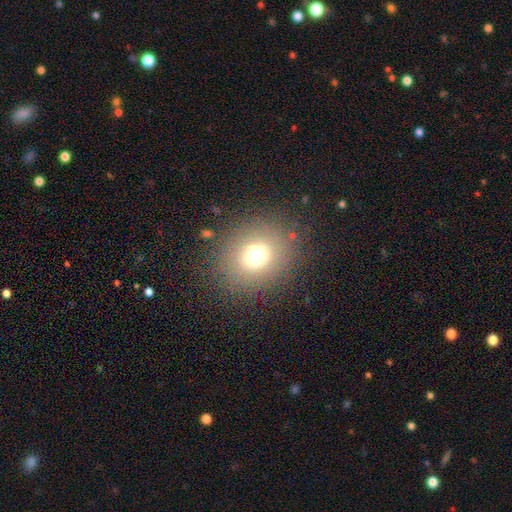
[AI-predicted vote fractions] Q: Smooth or featured?
A: smooth (72%); runner-up: star or artifact (17%)
Q: How rounded?
A: round (73%); runner-up: in between (26%)
Q: Merging?
A: none (85%); runner-up: minor disturbance (8%)